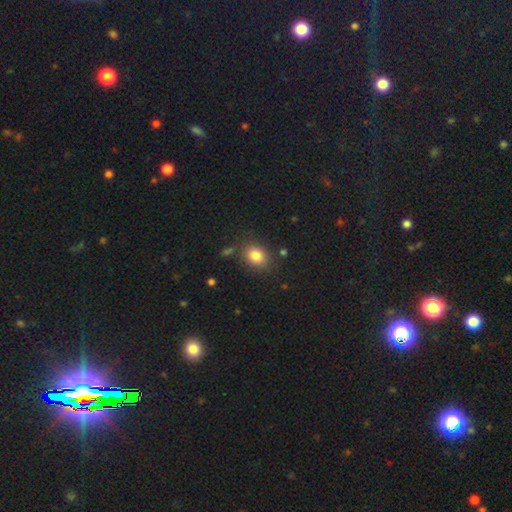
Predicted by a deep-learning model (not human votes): Smooth or featured? smooth (83%)
How rounded? in between (58%)
Merging? none (81%)